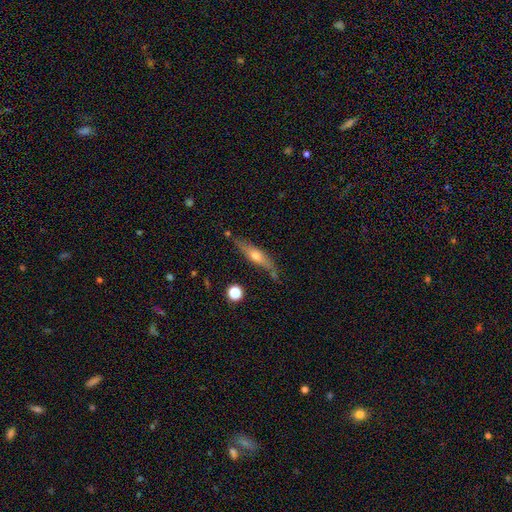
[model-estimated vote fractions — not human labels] A featured or disk galaxy (54%) viewed edge-on (87%).

Vote fractions:
- Smooth or featured? featured or disk: 54% / smooth: 39% / star or artifact: 7%
- Edge-on disk? yes: 87% / no: 13%
- Merging? none: 74% / minor disturbance: 17% / merger: 6% / major disturbance: 4%